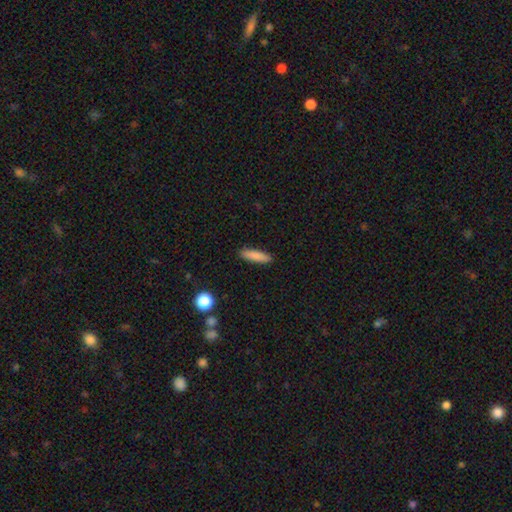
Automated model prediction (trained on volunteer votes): This appears to be a smooth galaxy with no disk features (86%) that is cigar-shaped (69%). Merging: none (90%).